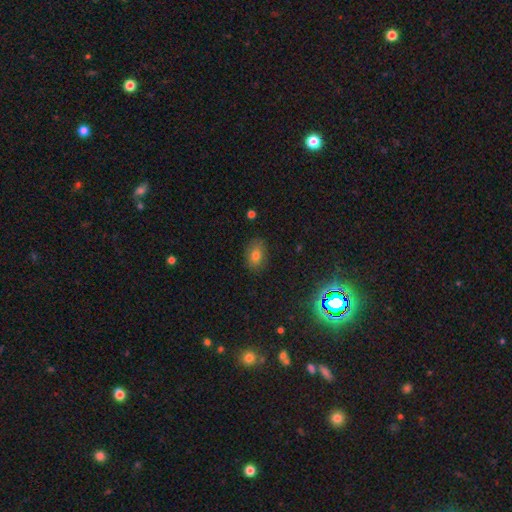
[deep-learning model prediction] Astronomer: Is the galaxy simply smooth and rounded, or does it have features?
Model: smooth — 76%.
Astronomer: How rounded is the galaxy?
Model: in between — 74%.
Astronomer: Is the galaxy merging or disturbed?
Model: none — 85%.